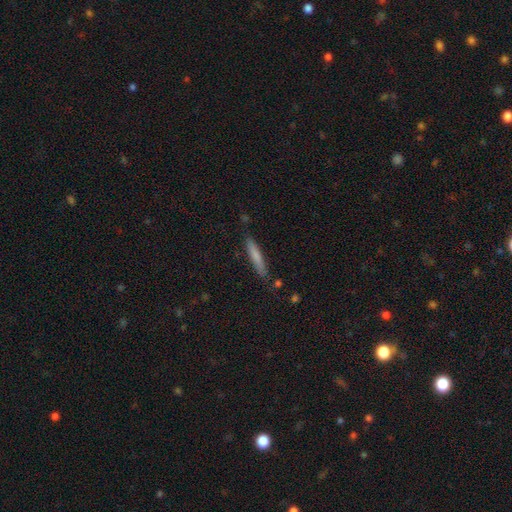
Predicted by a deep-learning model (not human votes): Smooth or featured? Predicted: smooth (p=0.74). How rounded? Predicted: cigar-shaped (p=0.92). Merging? Predicted: none (p=0.85).